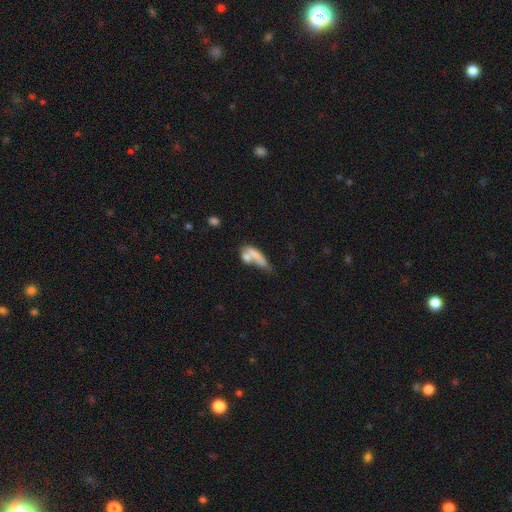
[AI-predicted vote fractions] The model was most divided on "how rounded": in between: 48%, cigar-shaped: 45%, round: 7%. Remaining: smooth or featured — smooth (66%); merging — merger (50%).